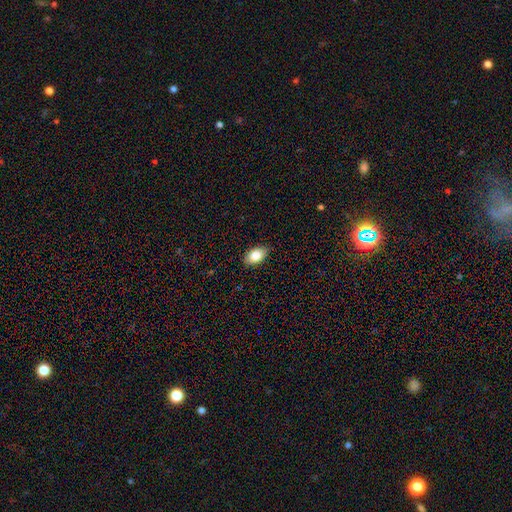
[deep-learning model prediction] Smooth or featured? Predicted: smooth (p=0.82). How rounded? Predicted: in between (p=0.88). Merging? Predicted: none (p=0.85).